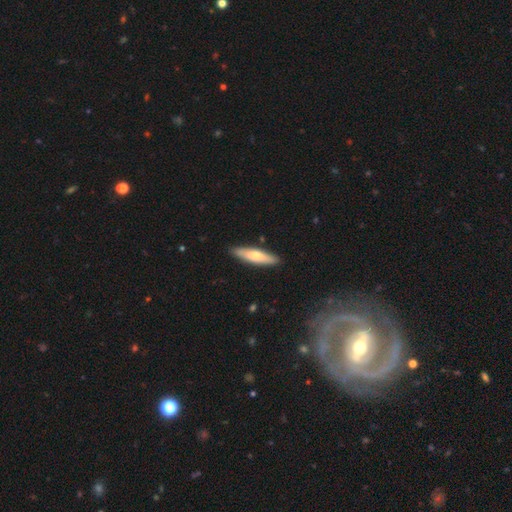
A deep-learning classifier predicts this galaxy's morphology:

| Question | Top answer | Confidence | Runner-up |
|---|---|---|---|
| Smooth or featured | smooth | 63% | featured or disk (32%) |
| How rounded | cigar-shaped | 75% | in between (24%) |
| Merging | none | 88% | minor disturbance (9%) |